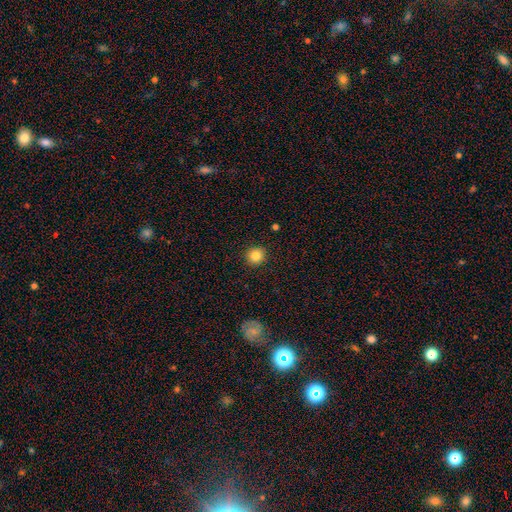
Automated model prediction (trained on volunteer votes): This appears to be a smooth galaxy with no disk features (85%) that is round (90%). Merging: none (92%).